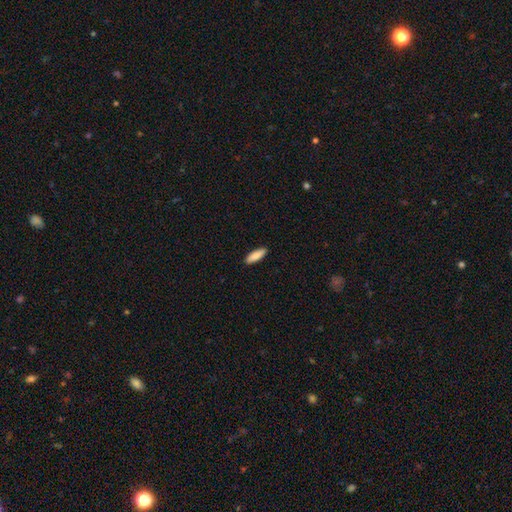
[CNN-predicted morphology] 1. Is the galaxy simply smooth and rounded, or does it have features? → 86% smooth, 8% featured or disk, 6% star or artifact.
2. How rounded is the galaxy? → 51% cigar-shaped, 47% in between, 2% round.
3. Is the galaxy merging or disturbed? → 90% none, 7% minor disturbance, 2% major disturbance, 1% merger.